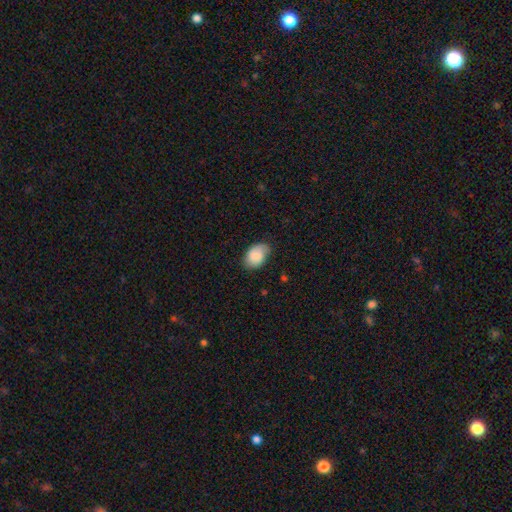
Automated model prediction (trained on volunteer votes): Smooth or featured? Predicted: smooth (p=0.78). How rounded? Predicted: in between (p=0.85). Merging? Predicted: none (p=0.65).